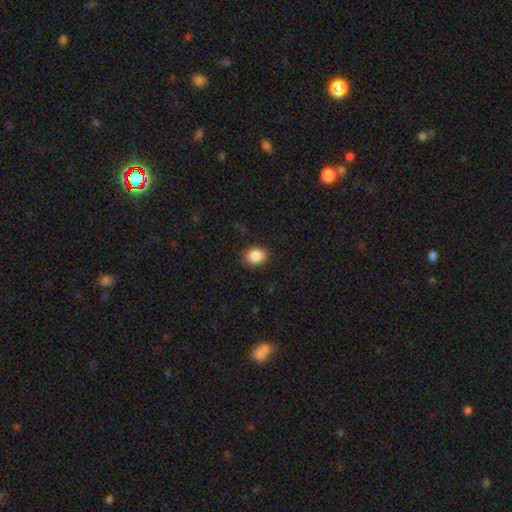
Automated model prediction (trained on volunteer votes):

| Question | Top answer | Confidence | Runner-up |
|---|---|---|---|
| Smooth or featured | smooth | 88% | star or artifact (8%) |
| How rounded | in between | 55% | round (44%) |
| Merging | none | 87% | minor disturbance (10%) |